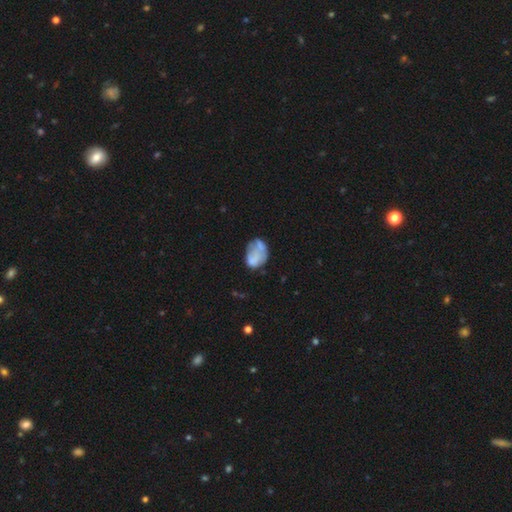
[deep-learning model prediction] Smooth or featured: smooth — 55% (featured or disk — 36%)
How rounded: in between — 78% (round — 21%)
Merging: none — 38% (minor disturbance — 30%)